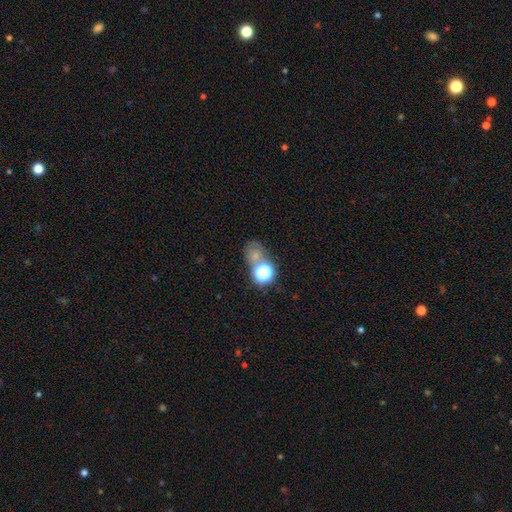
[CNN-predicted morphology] This is possibly a smooth galaxy (55%). How rounded: likely round (64%). Merging: possibly none (48%).